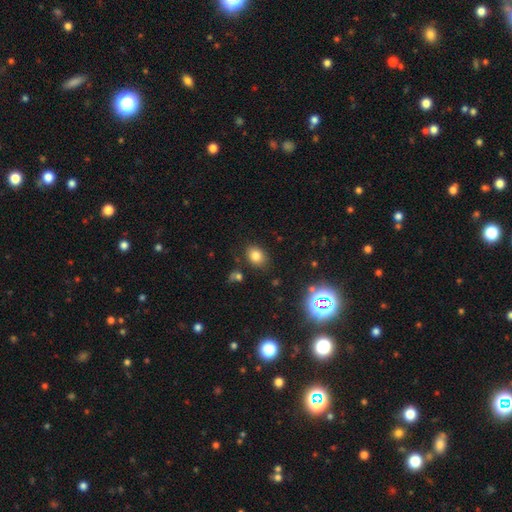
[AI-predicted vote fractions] Smooth or featured?
  - smooth: 79% *
  - star or artifact: 13%
  - featured or disk: 8%
How rounded?
  - in between: 61% *
  - round: 38%
  - cigar-shaped: 1%
Merging?
  - none: 82% *
  - minor disturbance: 11%
  - merger: 4%
  - major disturbance: 3%